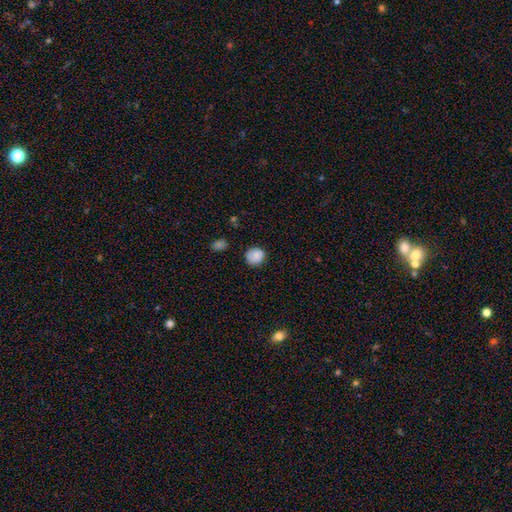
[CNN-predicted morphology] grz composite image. It shows a smooth galaxy with no disk features (86%) that is round (87%). Merging: none (83%).